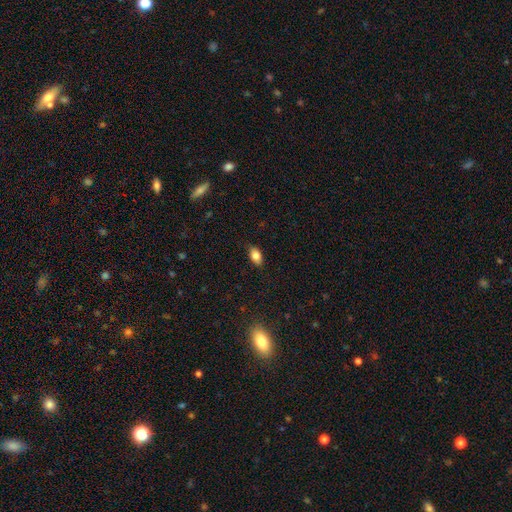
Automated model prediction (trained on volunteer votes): Smooth or featured?
  - smooth: 82% *
  - featured or disk: 10%
  - star or artifact: 8%
How rounded?
  - in between: 89% *
  - round: 7%
  - cigar-shaped: 4%
Merging?
  - none: 84% *
  - minor disturbance: 13%
  - major disturbance: 2%
  - merger: 1%